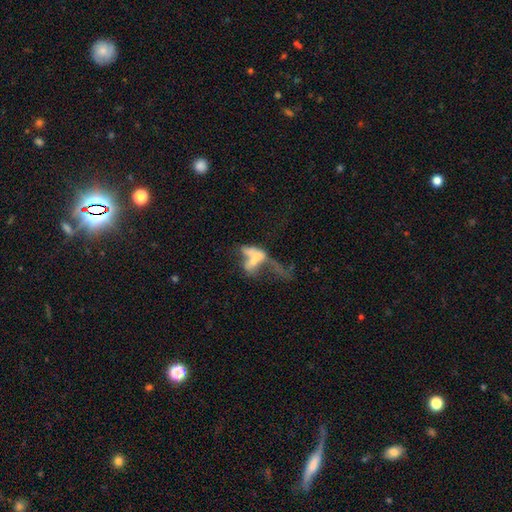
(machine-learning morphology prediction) Smooth or featured? Predicted: featured or disk (p=0.50). Merging? Predicted: merger (p=0.61).